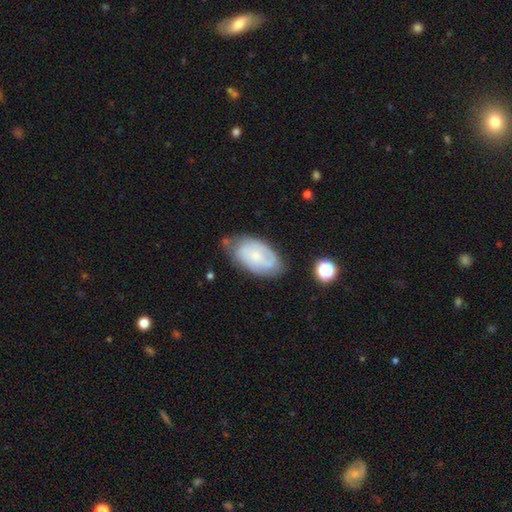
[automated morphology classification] The model was most divided on "smooth or featured": featured or disk: 54%, smooth: 39%, star or artifact: 7%. More confident: edge-on disk — no (95%); spiral arms — yes (79%); bar — no (70%); merging — none (62%); bulge size — small (58%).